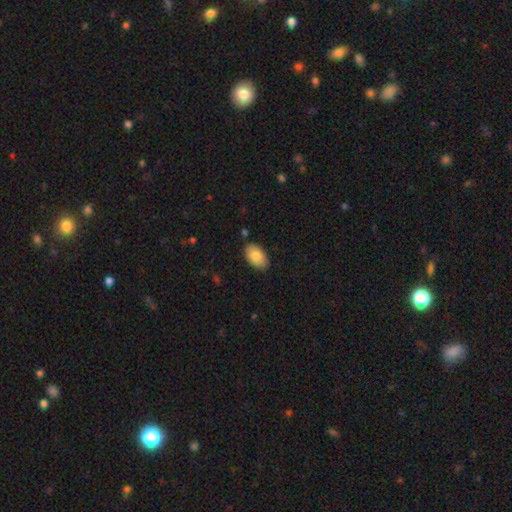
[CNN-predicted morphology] Smooth or featured? Predicted: smooth (p=0.86). How rounded? Predicted: in between (p=0.94). Merging? Predicted: none (p=0.85).